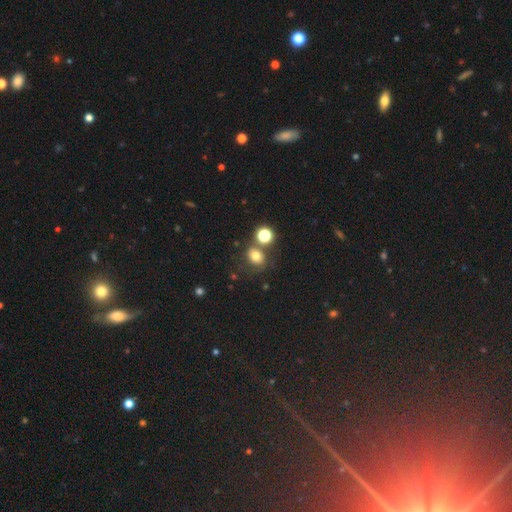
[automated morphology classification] Overall: smooth (69%). How rounded: round (57%; in between 42%). Merging: none (58%).